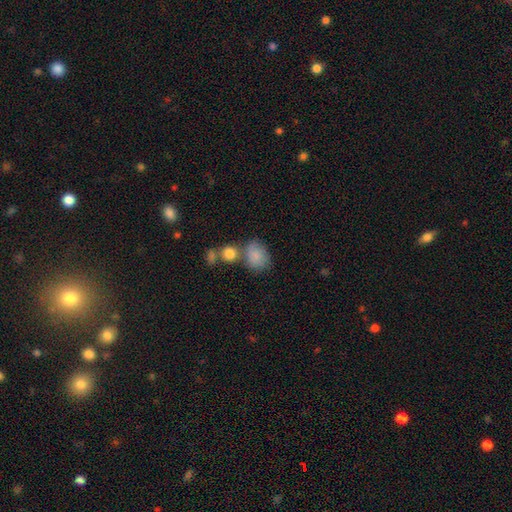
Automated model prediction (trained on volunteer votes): smooth-or-featured: smooth: 83% | featured or disk: 9% | star or artifact: 8%
  how-rounded: in between: 62% | round: 37% | cigar-shaped: 1%
  merging: none: 47% | merger: 28% | minor disturbance: 17% | major disturbance: 8%